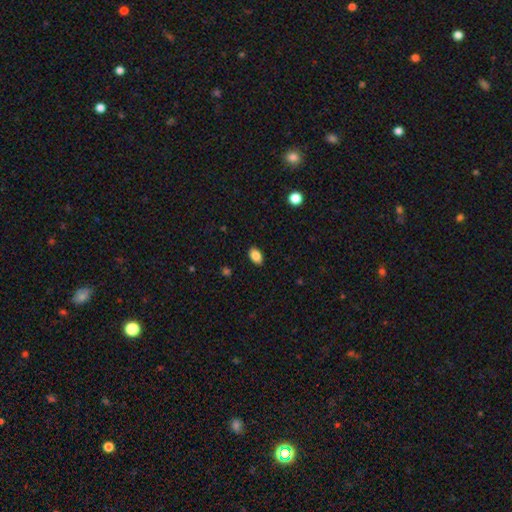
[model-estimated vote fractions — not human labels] Q: Smooth or featured?
A: smooth (86%); runner-up: star or artifact (9%)
Q: How rounded?
A: in between (87%); runner-up: round (12%)
Q: Merging?
A: none (88%); runner-up: minor disturbance (9%)